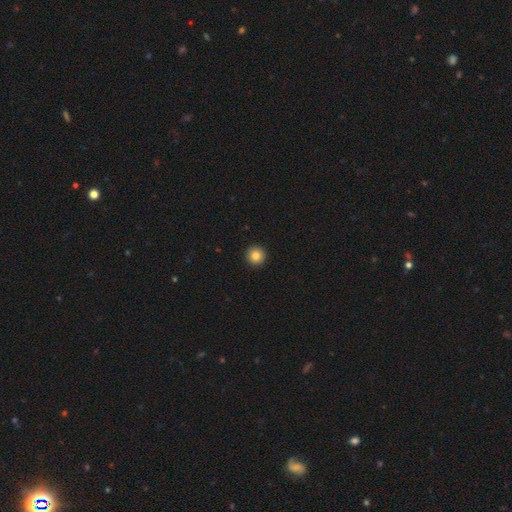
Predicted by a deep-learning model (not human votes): Smooth or featured: smooth — 84% (star or artifact — 10%)
How rounded: round — 96% (in between — 3%)
Merging: none — 94% (minor disturbance — 4%)